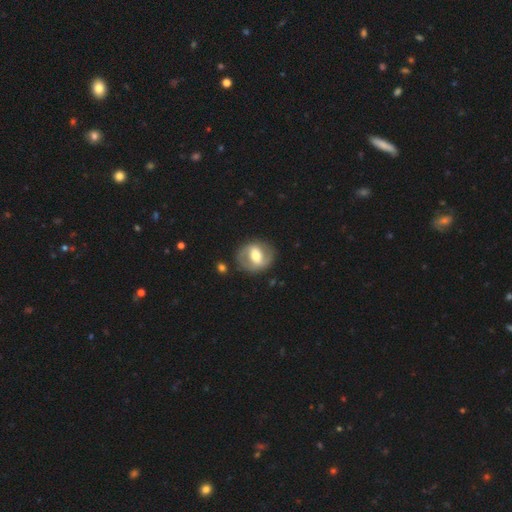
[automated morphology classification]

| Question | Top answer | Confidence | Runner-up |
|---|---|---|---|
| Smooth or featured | featured or disk | 64% | smooth (30%) |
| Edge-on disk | no | 95% | yes (5%) |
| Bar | strong | 42% | weak (38%) |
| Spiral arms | yes | 63% | no (37%) |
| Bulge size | moderate | 62% | large (22%) |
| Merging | none | 79% | minor disturbance (13%) |